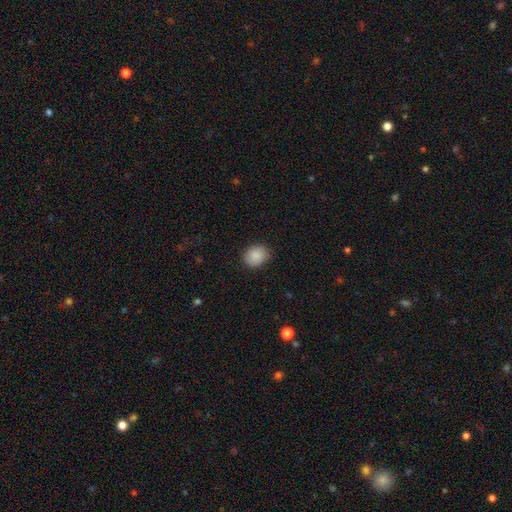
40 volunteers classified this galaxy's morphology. smooth_or_featured: smooth (p=0.93) [alt: featured or disk p=0.05]
how_rounded: round (p=0.65) [alt: in between p=0.35]
merging: none (p=0.67) [alt: minor disturbance p=0.26]